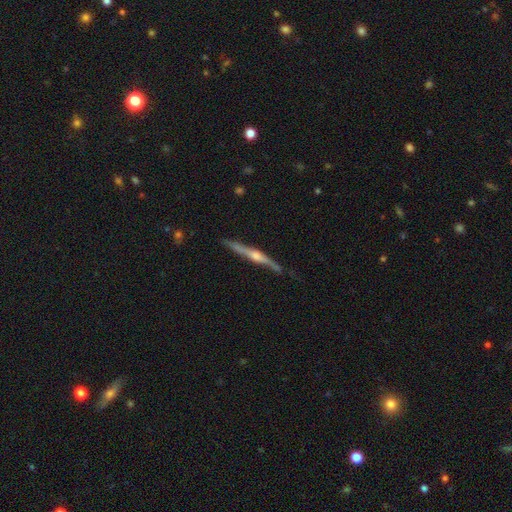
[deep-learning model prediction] featured or disk 83%, smooth 12%, star or artifact 5%. Down the decision tree: edge-on disk — yes (98%); edge-on bulge — rounded (85%); merging — none (84%).